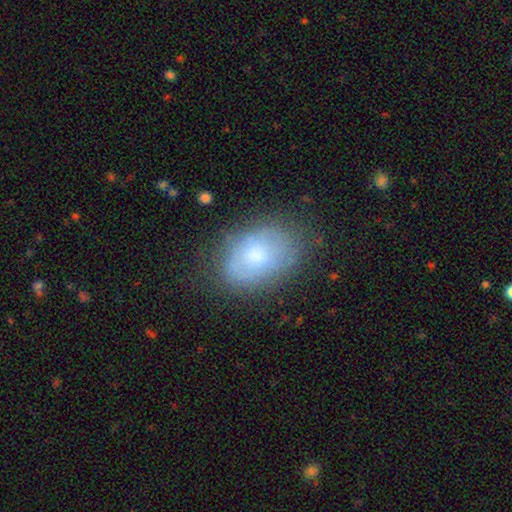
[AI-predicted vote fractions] Smooth or featured? Predicted: smooth (p=0.59). How rounded? Predicted: in between (p=0.82). Merging? Predicted: none (p=0.68).